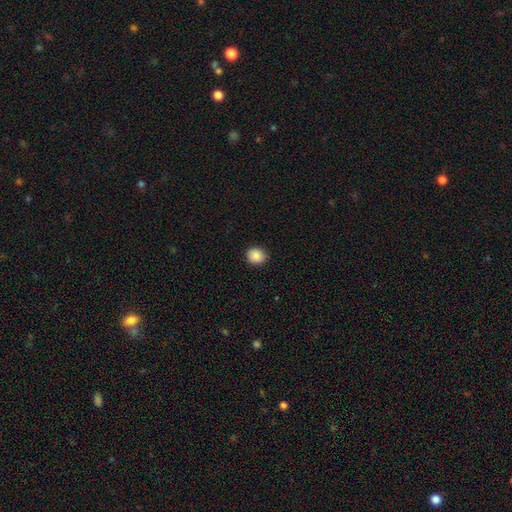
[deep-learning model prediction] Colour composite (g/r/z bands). It shows a smooth galaxy with no disk features (88%) that is round (81%). Merging: none (89%).